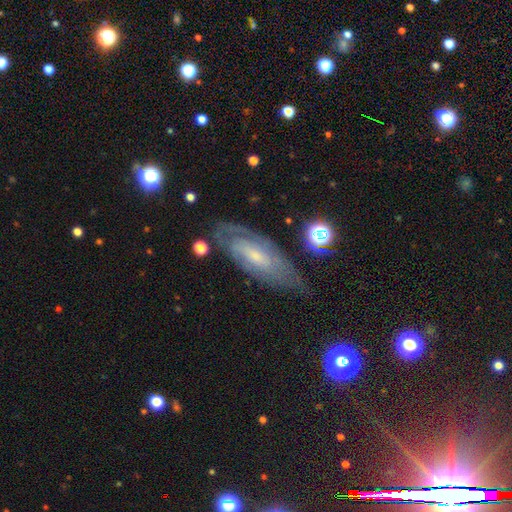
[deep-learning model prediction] Overall: featured or disk (71%). Edge-on disk: no (84%). Bar: no (57%; weak 34%). Spiral arms: yes (84%). Bulge size: small (59%; moderate 28%). Merging: none (69%).